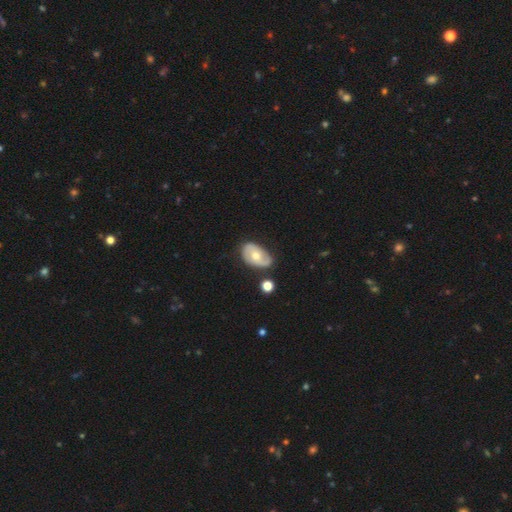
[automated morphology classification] This appears to be a featured or disk galaxy (55%) with no bar (77%), spiral arms (63%) and a moderate central bulge (67%). Merging: none (60%).